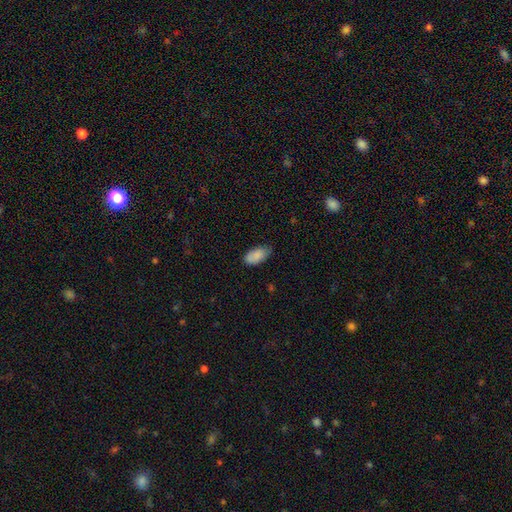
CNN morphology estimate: Smooth or featured?
  - smooth: 86% *
  - featured or disk: 7%
  - star or artifact: 7%
How rounded?
  - in between: 94% *
  - round: 3%
  - cigar-shaped: 3%
Merging?
  - none: 68% *
  - minor disturbance: 26%
  - major disturbance: 4%
  - merger: 2%